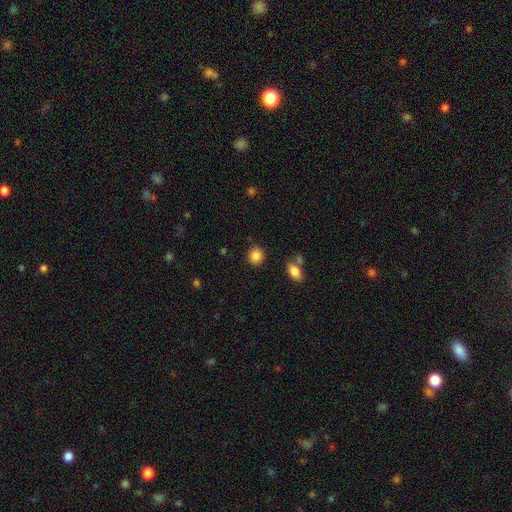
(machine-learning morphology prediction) Smooth or featured? smooth (87%)
How rounded? round (83%)
Merging? none (87%)